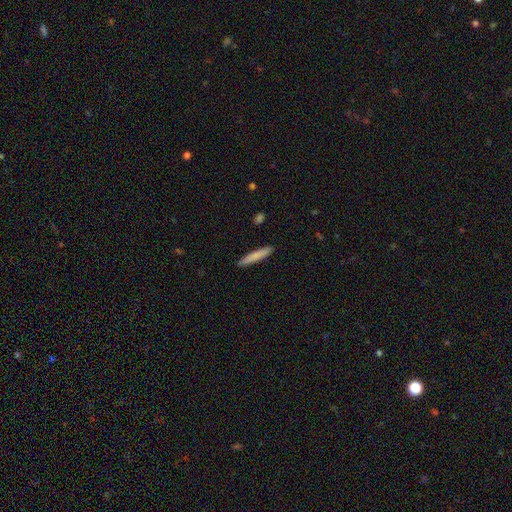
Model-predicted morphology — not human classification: Overall: smooth (78%). How rounded: cigar-shaped (94%). Merging: none (91%).